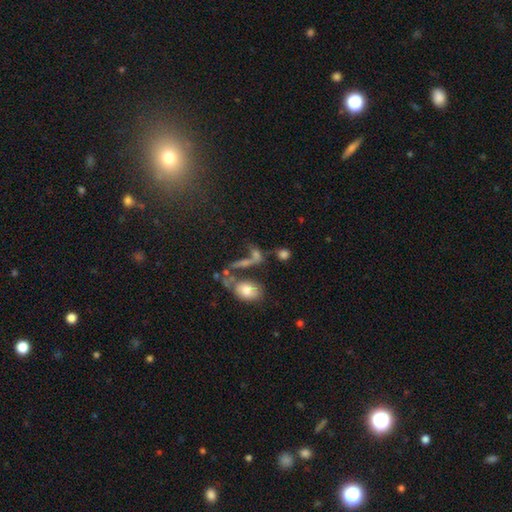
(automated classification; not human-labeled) smooth 55%, featured or disk 27%, star or artifact 18%. Down the decision tree: how rounded — in between (61%); merging — merger (36%).